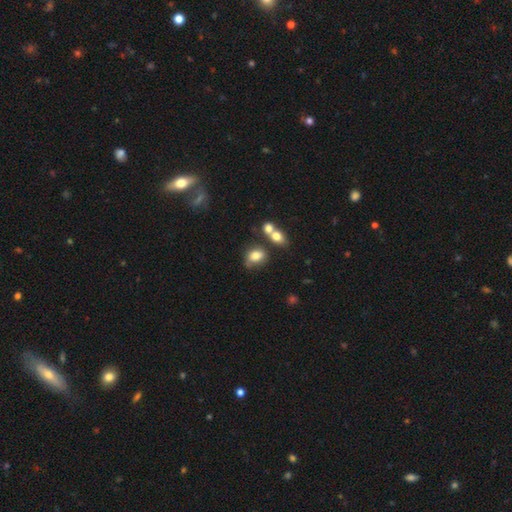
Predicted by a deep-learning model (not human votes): Smooth or featured?
  - smooth: 78% *
  - featured or disk: 12%
  - star or artifact: 11%
How rounded?
  - in between: 57% *
  - round: 42%
  - cigar-shaped: 1%
Merging?
  - none: 47% *
  - merger: 26%
  - minor disturbance: 20%
  - major disturbance: 8%